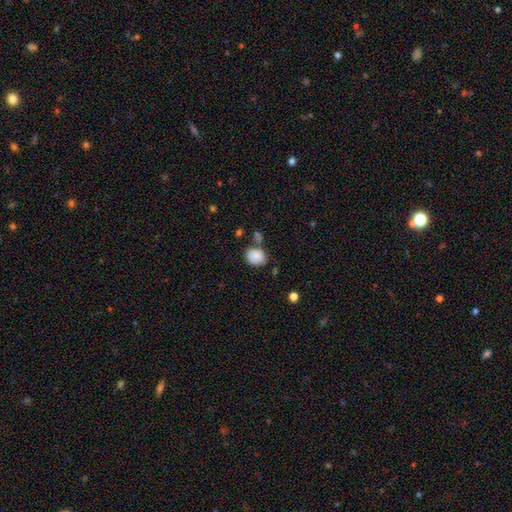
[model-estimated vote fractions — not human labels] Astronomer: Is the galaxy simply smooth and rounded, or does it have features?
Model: smooth — 83%.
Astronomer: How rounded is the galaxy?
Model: round — 53% (runner-up: in between, 46%).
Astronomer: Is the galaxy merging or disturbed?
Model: none — 61%.